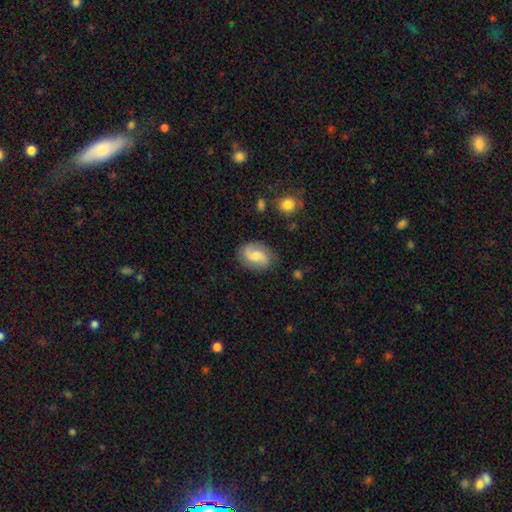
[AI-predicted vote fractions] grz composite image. It shows a featured or disk galaxy (61%) with no bar (48%), 2 (87%) loose (43%) spiral arms (92%) and a moderate central bulge (53%). Merging: none (80%).